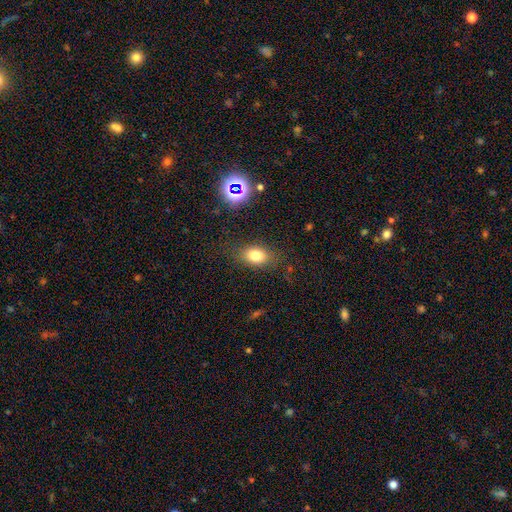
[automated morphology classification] smooth 78%, star or artifact 12%, featured or disk 10%. Down the decision tree: how rounded — in between (80%); merging — none (80%).